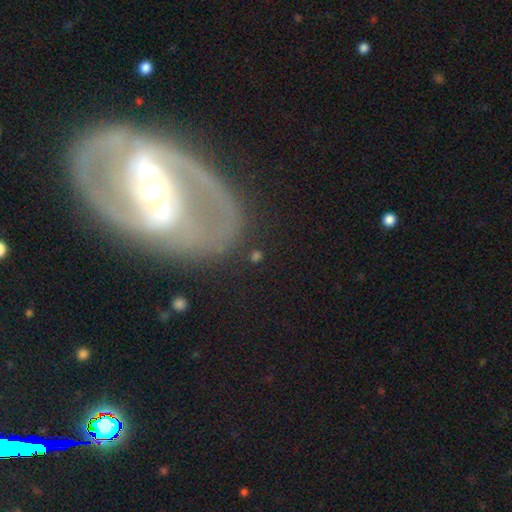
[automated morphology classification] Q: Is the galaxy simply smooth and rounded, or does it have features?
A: smooth — 49%.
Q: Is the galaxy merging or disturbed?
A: none — 71%.